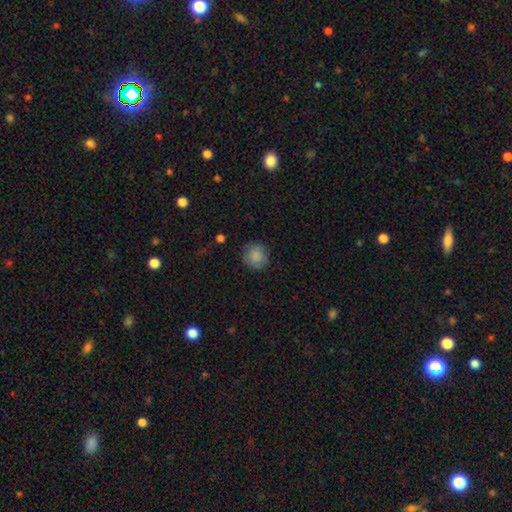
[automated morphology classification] Smooth or featured? smooth (85%)
How rounded? round (91%)
Merging? none (83%)